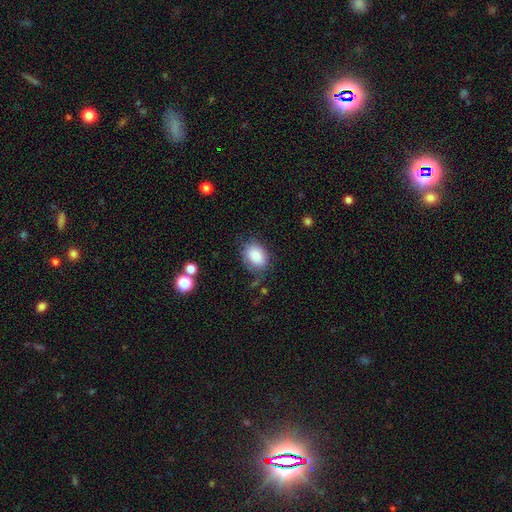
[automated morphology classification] smooth 83%, featured or disk 9%, star or artifact 8%. Down the decision tree: how rounded — in between (77%); merging — none (69%).